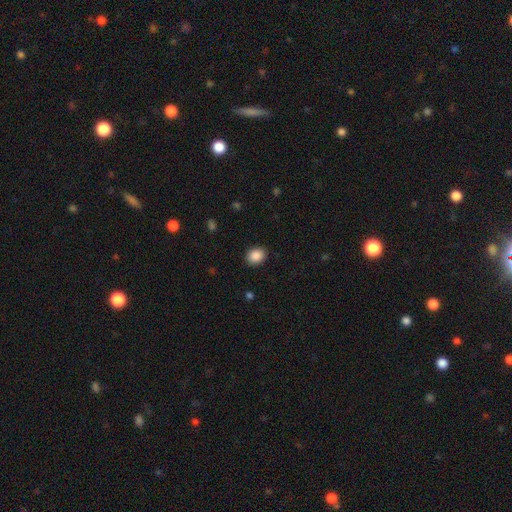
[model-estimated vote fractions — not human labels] This appears to be a smooth galaxy with no disk features (88%) that is in between round and cigar-shaped (50%). Merging: none (89%).